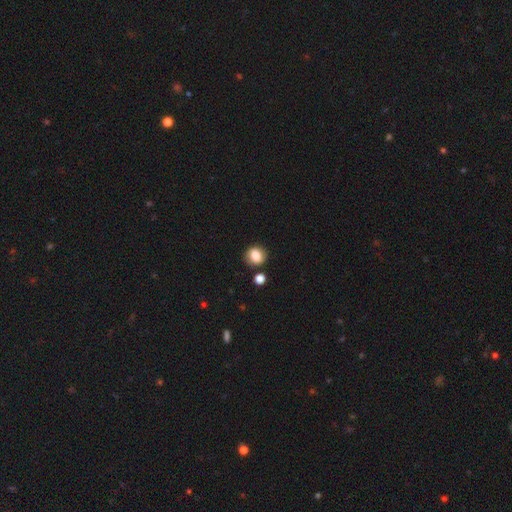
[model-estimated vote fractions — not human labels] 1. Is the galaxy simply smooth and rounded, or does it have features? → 81% smooth, 10% featured or disk, 9% star or artifact.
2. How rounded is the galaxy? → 72% round, 27% in between, 1% cigar-shaped.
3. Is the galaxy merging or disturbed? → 81% none, 11% minor disturbance, 6% merger, 3% major disturbance.